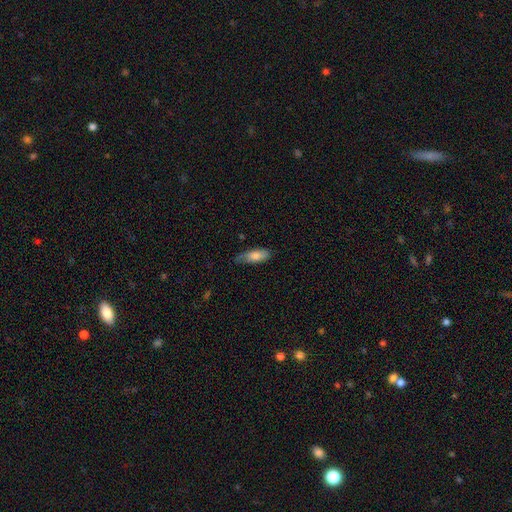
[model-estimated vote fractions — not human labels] Overall: smooth (77%). How rounded: in between (71%). Merging: none (60%; minor disturbance 32%).